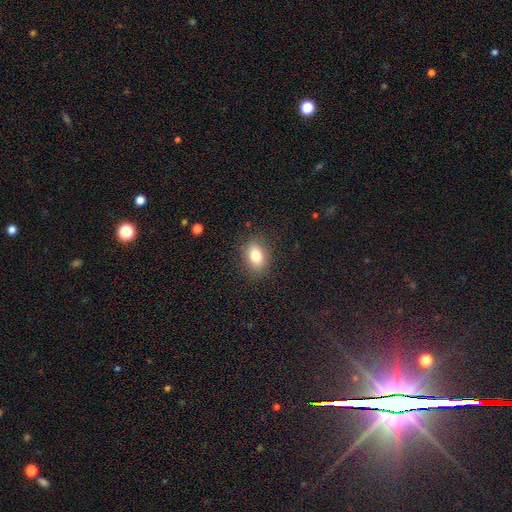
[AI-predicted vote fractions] The model was most divided on "how rounded": in between: 75%, round: 23%, cigar-shaped: 2%. More confident: merging — none (85%); smooth or featured — smooth (81%).